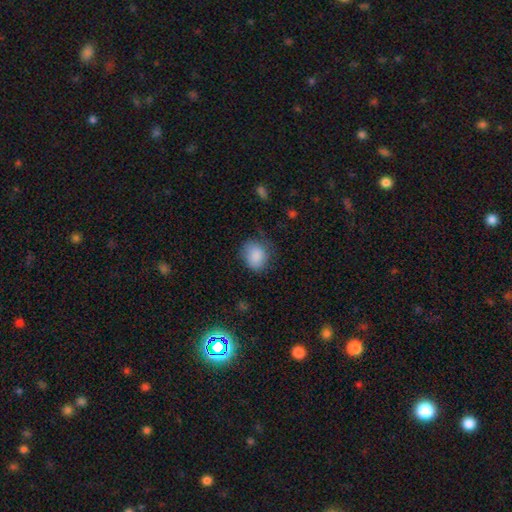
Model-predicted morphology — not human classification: A smooth galaxy with no disk features (86%) that is round (62%).

Vote fractions:
- Smooth or featured? smooth: 86% / star or artifact: 8% / featured or disk: 6%
- How rounded? round: 62% / in between: 37% / cigar-shaped: 1%
- Merging? none: 67% / minor disturbance: 24% / major disturbance: 8% / merger: 1%